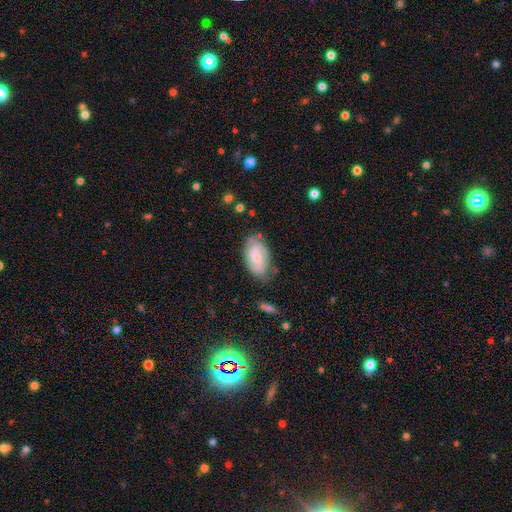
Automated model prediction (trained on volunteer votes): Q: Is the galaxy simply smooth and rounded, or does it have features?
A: featured or disk — 68%.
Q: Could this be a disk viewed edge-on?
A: no — 96%.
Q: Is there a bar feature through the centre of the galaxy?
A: weak — 50%.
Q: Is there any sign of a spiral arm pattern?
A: yes — 92%.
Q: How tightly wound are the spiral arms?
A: medium — 47%.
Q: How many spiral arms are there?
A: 2 — 77%.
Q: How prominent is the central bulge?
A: small — 54%.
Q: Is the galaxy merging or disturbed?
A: none — 69%.